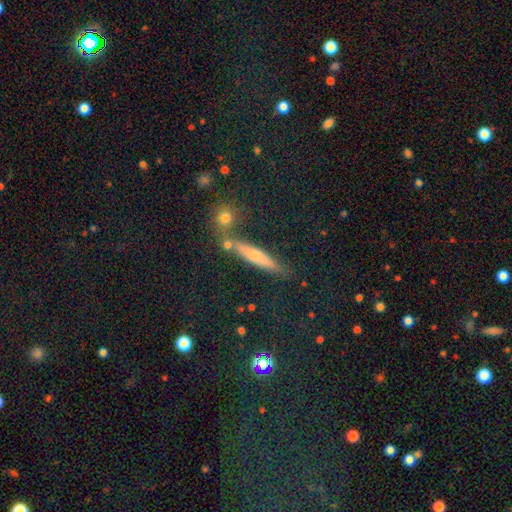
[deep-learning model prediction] Smooth or featured? Predicted: smooth (p=0.58). How rounded? Predicted: cigar-shaped (p=0.82). Merging? Predicted: none (p=0.74).